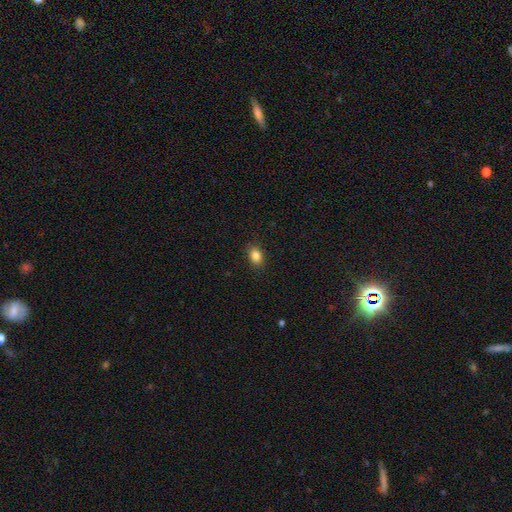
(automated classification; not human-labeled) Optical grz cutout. It shows a smooth galaxy with no disk features (85%) that is in between round and cigar-shaped (78%). Merging: none (88%).